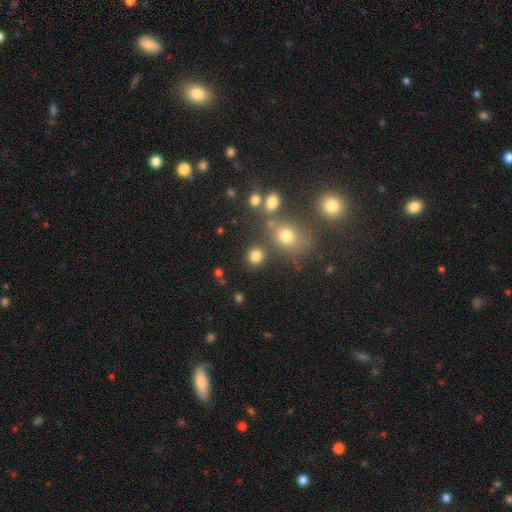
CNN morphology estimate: Q: Smooth or featured?
A: smooth (79%); runner-up: star or artifact (15%)
Q: How rounded?
A: round (84%); runner-up: in between (15%)
Q: Merging?
A: none (77%); runner-up: merger (10%)